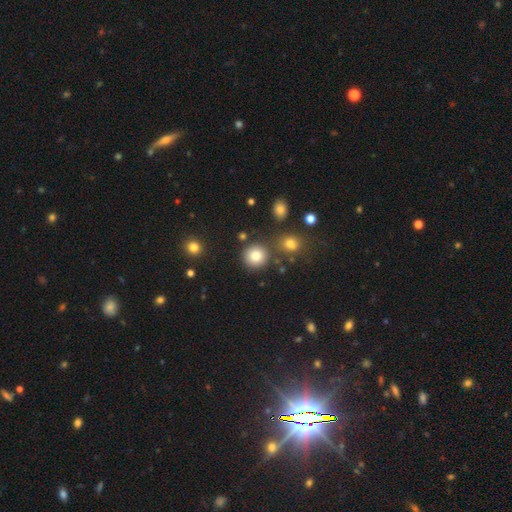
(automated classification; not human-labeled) Overall: smooth (83%). How rounded: round (91%). Merging: none (80%).